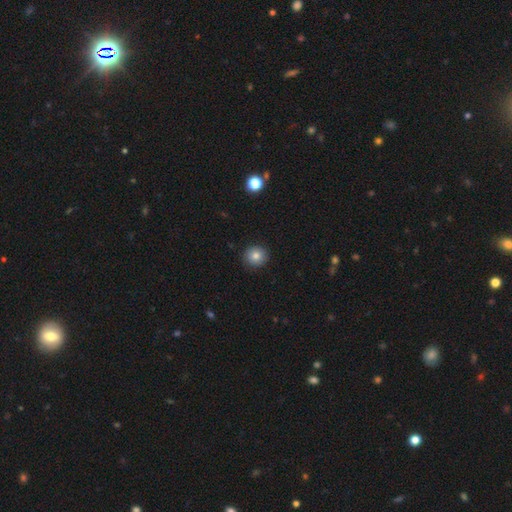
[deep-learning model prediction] Morphology: type=smooth (82%); roundness=round (91%); merging=none (91%).